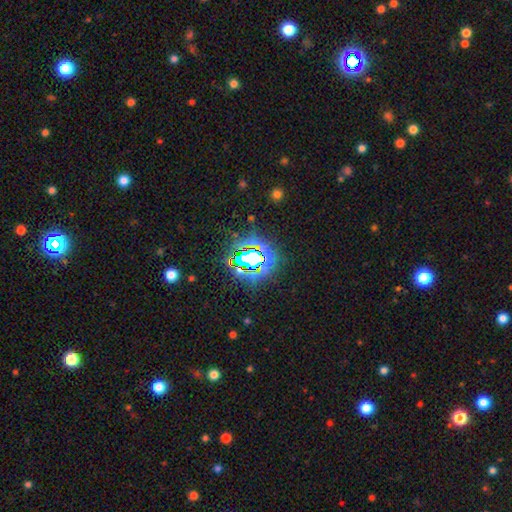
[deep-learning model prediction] Morphology: type=star or artifact (81%).